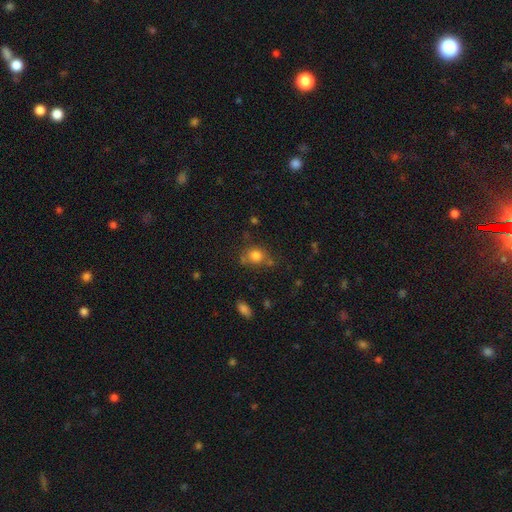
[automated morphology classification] smooth_or_featured: smooth (p=0.79) [alt: star or artifact p=0.12]
how_rounded: round (p=0.67) [alt: in between p=0.32]
merging: none (p=0.63) [alt: minor disturbance p=0.19]